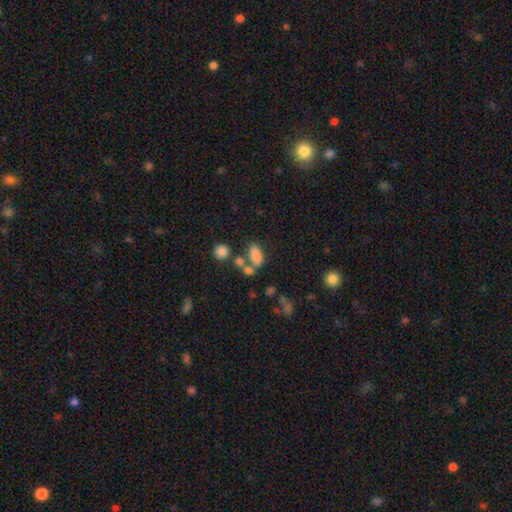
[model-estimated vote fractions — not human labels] Q: Smooth or featured?
A: smooth (80%); runner-up: star or artifact (12%)
Q: How rounded?
A: in between (87%); runner-up: round (7%)
Q: Merging?
A: none (50%); runner-up: merger (30%)